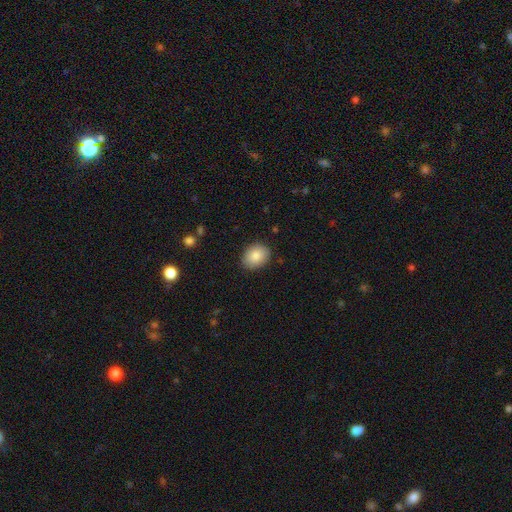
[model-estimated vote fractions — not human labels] Overall: smooth (85%). How rounded: in between (61%; round 38%). Merging: none (86%).